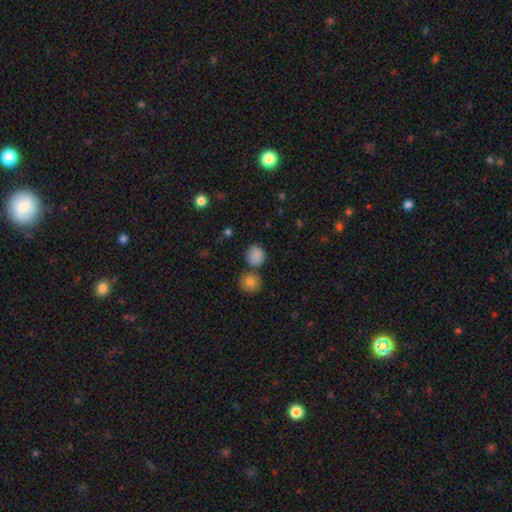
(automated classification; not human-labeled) smooth_or_featured: smooth (p=0.84) [alt: star or artifact p=0.10]
how_rounded: round (p=0.84) [alt: in between p=0.15]
merging: none (p=0.68) [alt: merger p=0.15]